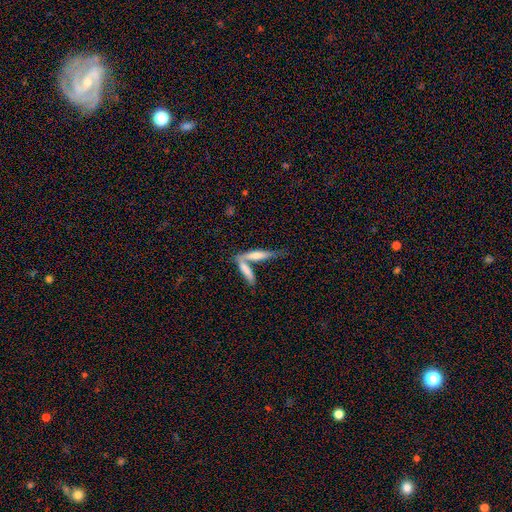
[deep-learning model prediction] Smooth or featured?
  - smooth: 55% *
  - featured or disk: 37%
  - star or artifact: 8%
How rounded?
  - cigar-shaped: 81% *
  - in between: 17%
  - round: 2%
Merging?
  - merger: 44% *
  - none: 40%
  - minor disturbance: 11%
  - major disturbance: 5%